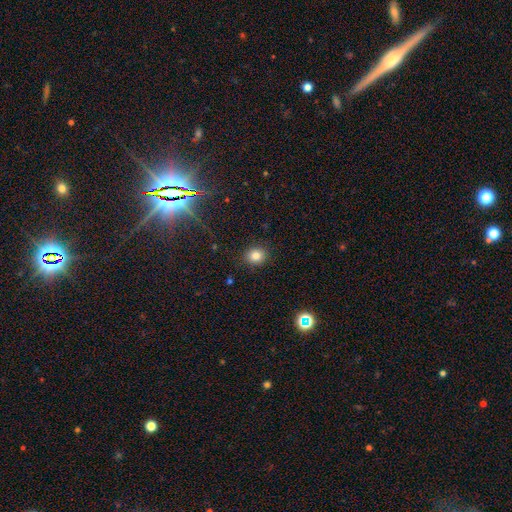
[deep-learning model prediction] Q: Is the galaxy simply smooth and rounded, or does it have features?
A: smooth — 82%.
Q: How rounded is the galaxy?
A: round — 77%.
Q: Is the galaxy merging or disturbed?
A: none — 89%.